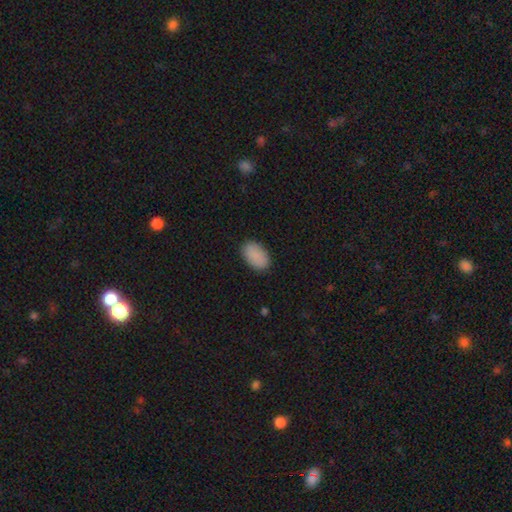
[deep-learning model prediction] A smooth galaxy with no disk features (89%) that is in between round and cigar-shaped (93%).

Vote fractions:
- Smooth or featured? smooth: 89% / star or artifact: 7% / featured or disk: 4%
- How rounded? in between: 93% / round: 5% / cigar-shaped: 1%
- Merging? none: 87% / minor disturbance: 10% / major disturbance: 2% / merger: 1%